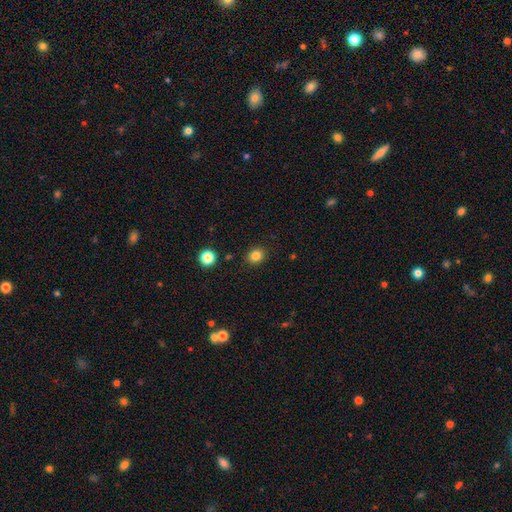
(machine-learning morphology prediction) Smooth or featured? Predicted: smooth (p=0.83). How rounded? Predicted: round (p=0.70). Merging? Predicted: none (p=0.89).